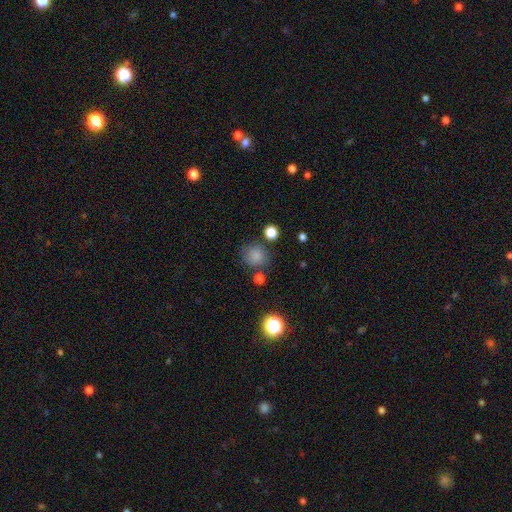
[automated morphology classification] This appears to be a smooth galaxy with no disk features (81%) that is round (85%). Merging: none (76%).